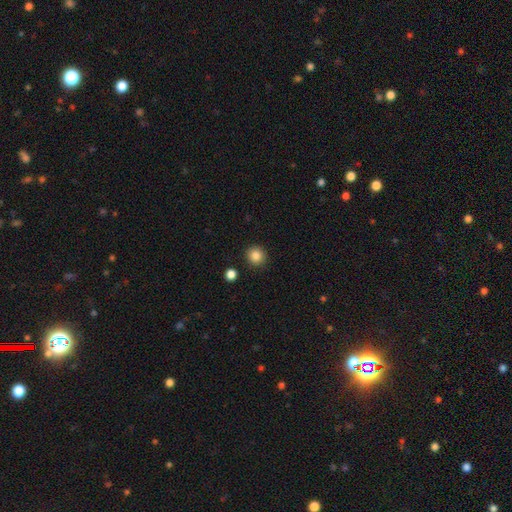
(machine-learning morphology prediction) type=smooth (86%); roundness=round (92%); merging=none (90%).